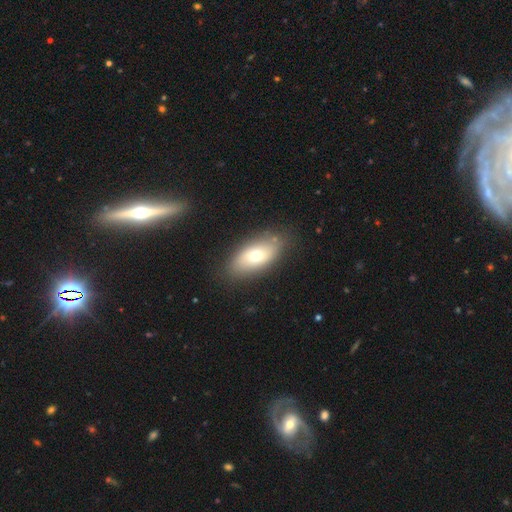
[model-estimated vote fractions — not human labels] A smooth galaxy with no disk features (65%) that is in between round and cigar-shaped (89%).

Vote fractions:
- Smooth or featured? smooth: 65% / featured or disk: 27% / star or artifact: 8%
- How rounded? in between: 89% / cigar-shaped: 6% / round: 5%
- Merging? none: 81% / minor disturbance: 13% / major disturbance: 4% / merger: 3%